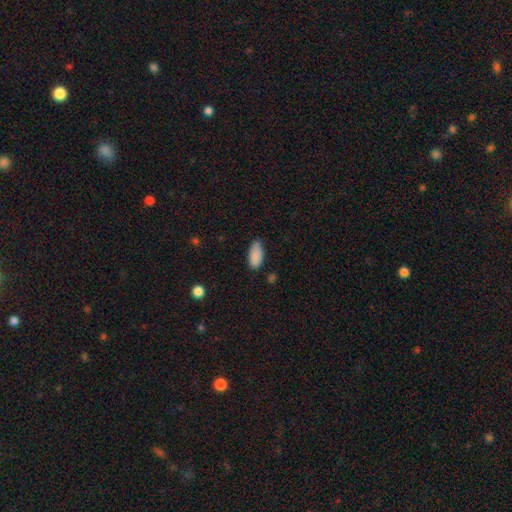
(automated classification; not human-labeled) A smooth galaxy with no disk features (88%) that is in between round and cigar-shaped (88%).

Vote fractions:
- Smooth or featured? smooth: 88% / star or artifact: 7% / featured or disk: 5%
- How rounded? in between: 88% / cigar-shaped: 10% / round: 2%
- Merging? none: 70% / minor disturbance: 24% / major disturbance: 4% / merger: 2%